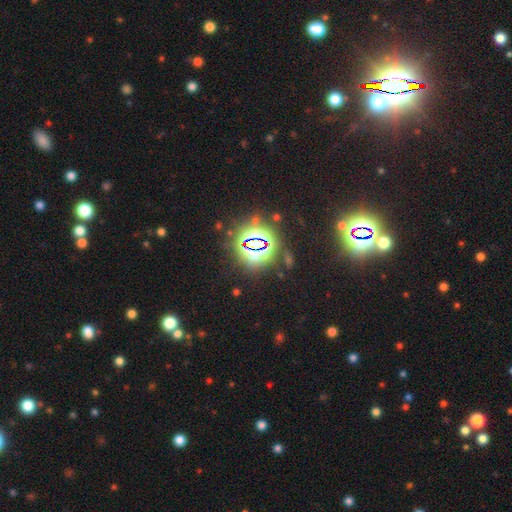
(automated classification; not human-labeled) This is clearly a star or artifact rather than a galaxy (82%).